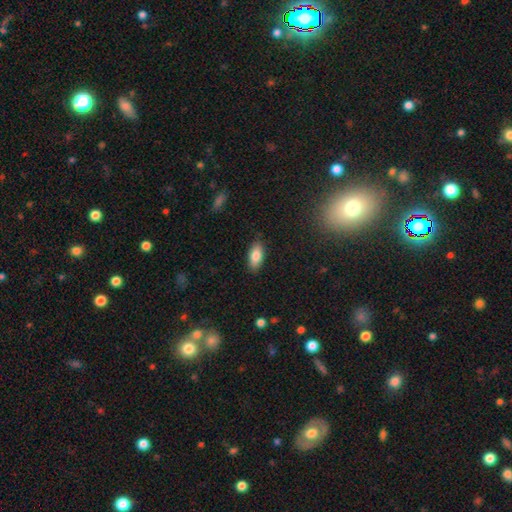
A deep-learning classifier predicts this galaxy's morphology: type=smooth (83%); roundness=in between (88%); merging=none (86%).